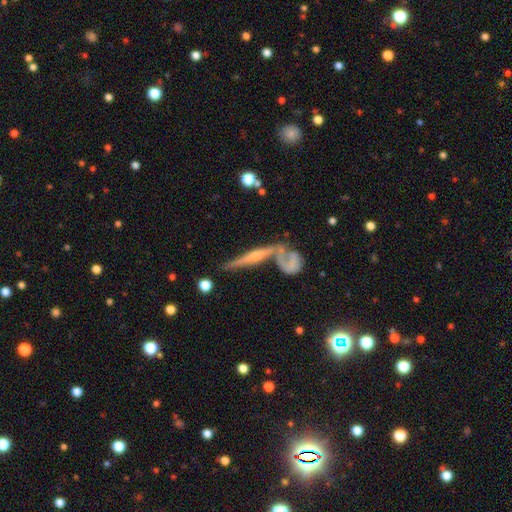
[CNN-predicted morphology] type=featured or disk (66%); edge-on=yes (89%); edge-on bulge=rounded (69%); merging=none (50%).